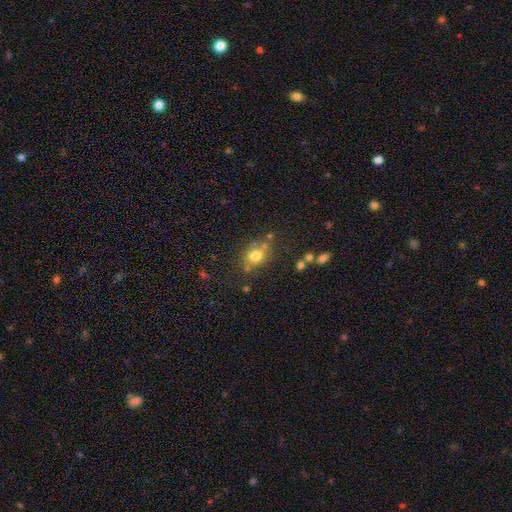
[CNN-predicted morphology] smooth-or-featured: smooth: 74% | featured or disk: 13% | star or artifact: 13%
  how-rounded: round: 59% | in between: 40% | cigar-shaped: 1%
  merging: none: 64% | minor disturbance: 17% | merger: 12% | major disturbance: 6%